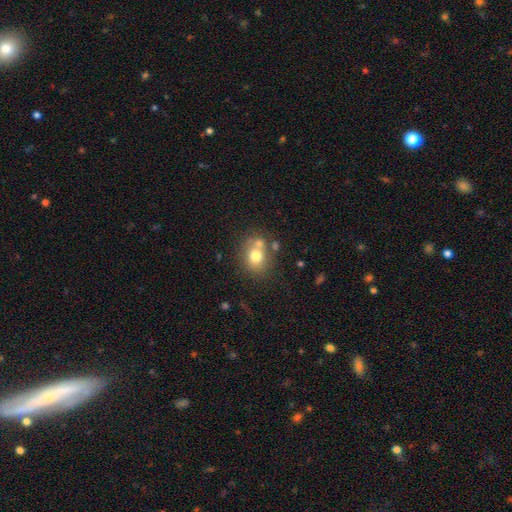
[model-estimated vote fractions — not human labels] Smooth or featured?
  - smooth: 72% *
  - featured or disk: 17%
  - star or artifact: 11%
How rounded?
  - round: 64% *
  - in between: 35%
  - cigar-shaped: 1%
Merging?
  - none: 55% *
  - merger: 26%
  - minor disturbance: 13%
  - major disturbance: 5%